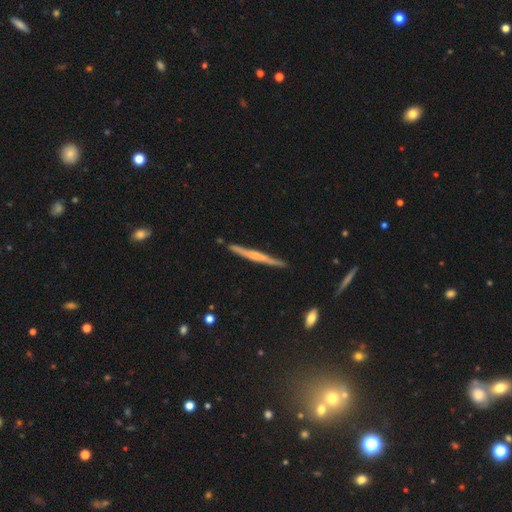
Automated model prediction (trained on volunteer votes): featured or disk 66%, smooth 28%, star or artifact 6%. Down the decision tree: edge-on disk — yes (98%); edge-on bulge — rounded (43%); merging — none (87%).